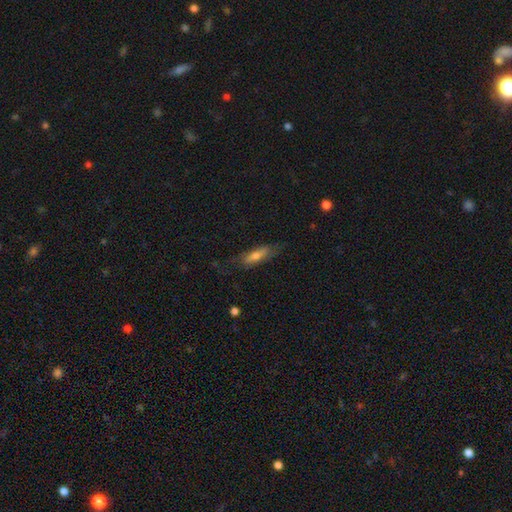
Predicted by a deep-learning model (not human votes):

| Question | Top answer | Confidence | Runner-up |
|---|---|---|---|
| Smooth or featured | smooth | 55% | featured or disk (37%) |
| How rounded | cigar-shaped | 57% | in between (40%) |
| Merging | none | 68% | minor disturbance (22%) |